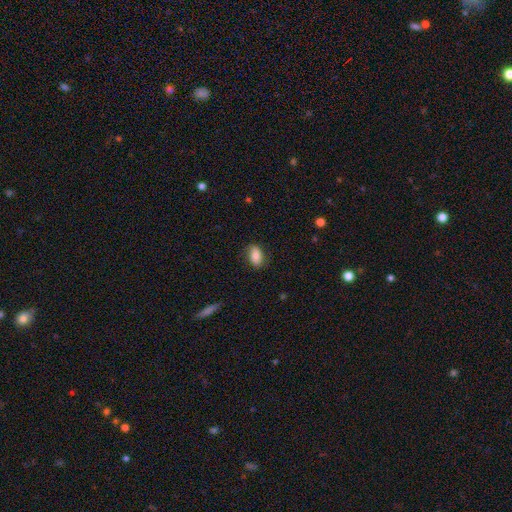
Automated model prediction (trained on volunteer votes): smooth-or-featured: smooth: 80% | featured or disk: 13% | star or artifact: 7%
  how-rounded: in between: 90% | round: 7% | cigar-shaped: 3%
  merging: none: 77% | minor disturbance: 17% | major disturbance: 5% | merger: 1%